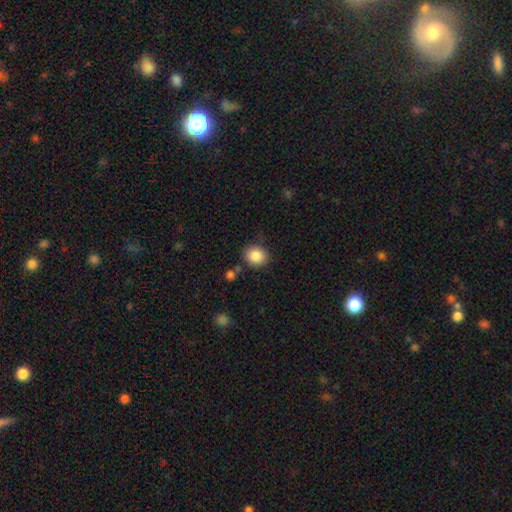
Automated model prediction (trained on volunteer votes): This is clearly a smooth galaxy (86%). How rounded: likely round (75%). Merging: clearly none (81%).